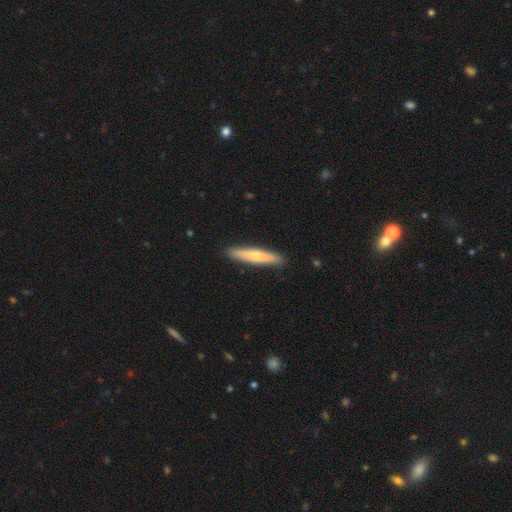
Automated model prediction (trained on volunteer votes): A smooth galaxy with no disk features (62%) that is cigar-shaped (91%). Merging: none (91%).